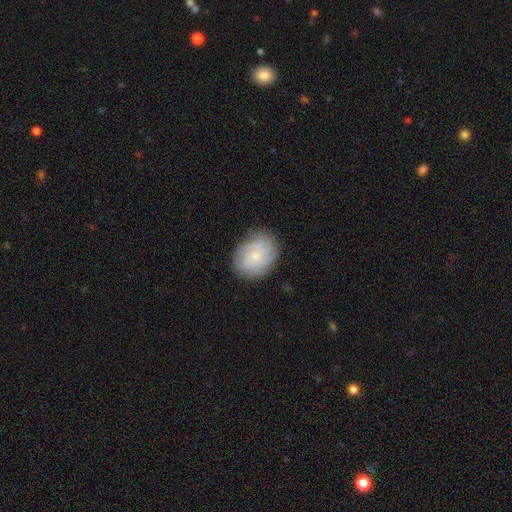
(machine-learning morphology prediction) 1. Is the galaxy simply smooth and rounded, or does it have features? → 54% featured or disk, 37% smooth, 9% star or artifact.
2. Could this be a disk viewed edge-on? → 97% no, 3% yes.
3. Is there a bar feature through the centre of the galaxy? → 81% no, 17% weak, 2% strong.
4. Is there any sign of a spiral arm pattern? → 89% yes, 11% no.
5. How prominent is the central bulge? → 78% small, 17% moderate, 3% none, 1% large, 1% dominant.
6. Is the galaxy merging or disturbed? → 80% none, 14% minor disturbance, 4% major disturbance, 1% merger.